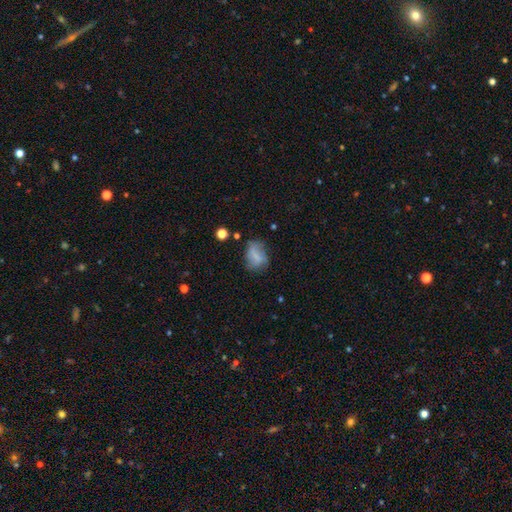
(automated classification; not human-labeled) Morphology: type=smooth (65%); roundness=in between (69%); merging=none (48%).